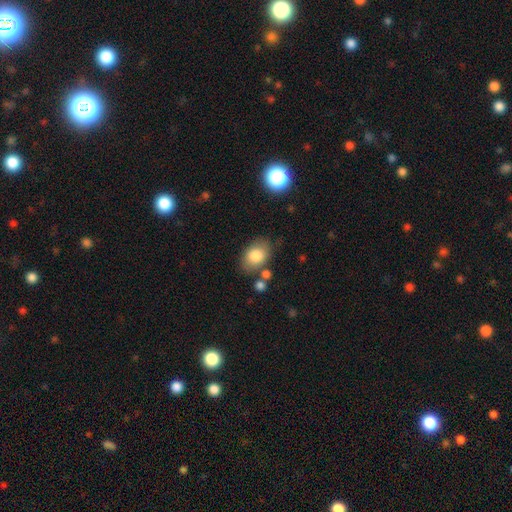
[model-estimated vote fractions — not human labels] Morphology: type=smooth (82%); roundness=in between (82%); merging=none (72%).